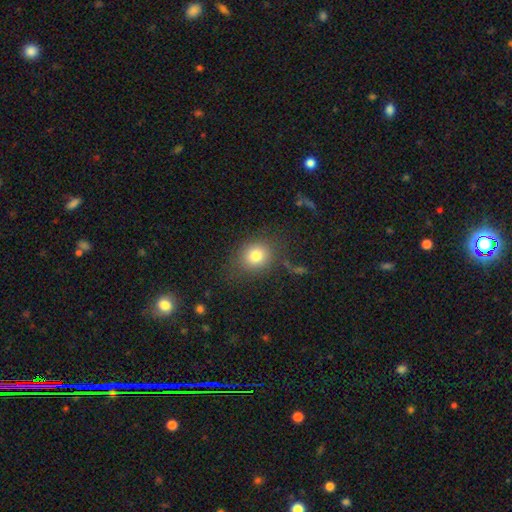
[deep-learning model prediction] Q: Smooth or featured?
A: smooth (79%); runner-up: star or artifact (12%)
Q: How rounded?
A: round (71%); runner-up: in between (28%)
Q: Merging?
A: none (77%); runner-up: minor disturbance (13%)